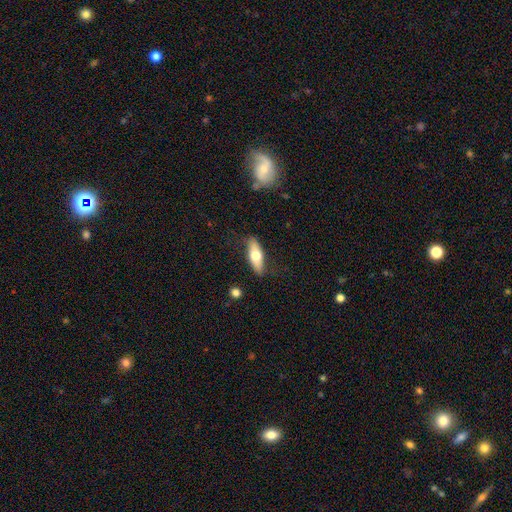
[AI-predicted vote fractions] Smooth or featured? Predicted: smooth (p=0.61). How rounded? Predicted: in between (p=0.62). Merging? Predicted: none (p=0.81).